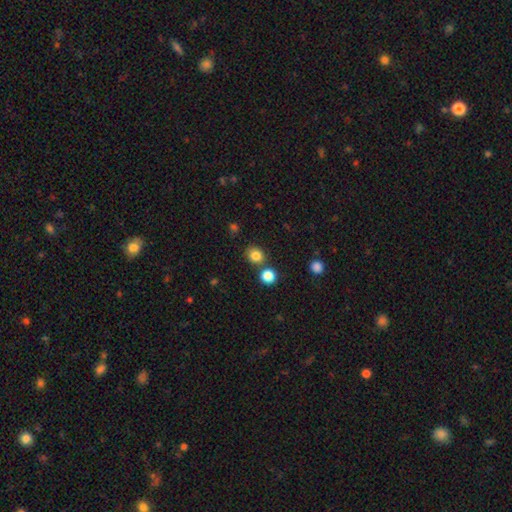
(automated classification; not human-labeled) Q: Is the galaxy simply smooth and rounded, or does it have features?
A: smooth — 82%.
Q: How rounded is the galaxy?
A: round — 78%.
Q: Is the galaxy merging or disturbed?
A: none — 76%.